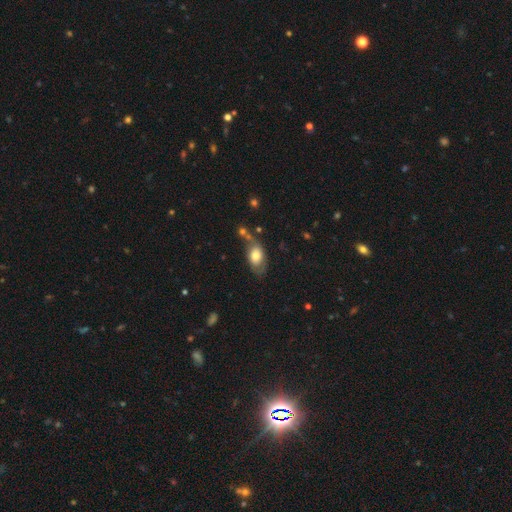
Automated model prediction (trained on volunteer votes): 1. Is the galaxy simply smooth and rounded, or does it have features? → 65% smooth, 27% featured or disk, 8% star or artifact.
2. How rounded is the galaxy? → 86% in between, 12% round, 2% cigar-shaped.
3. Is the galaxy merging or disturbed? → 42% none, 25% minor disturbance, 18% merger, 15% major disturbance.